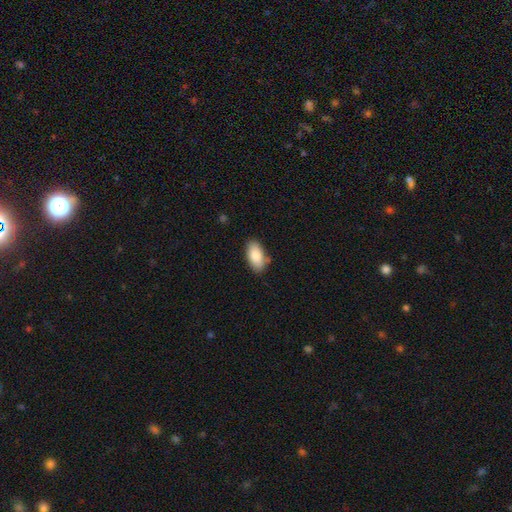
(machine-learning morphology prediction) This appears to be a smooth galaxy with no disk features (85%) that is in between round and cigar-shaped (93%). Merging: none (80%).